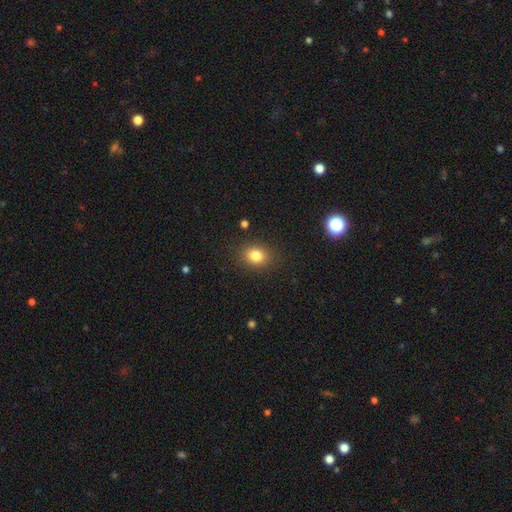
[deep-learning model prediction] Q: Smooth or featured?
A: smooth (82%); runner-up: star or artifact (11%)
Q: How rounded?
A: in between (50%); runner-up: round (49%)
Q: Merging?
A: none (87%); runner-up: minor disturbance (9%)